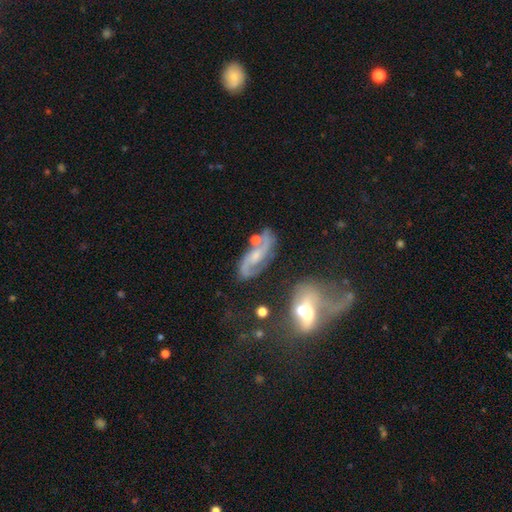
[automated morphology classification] type=featured or disk (85%); edge-on=no (93%); bar=weak (43%, tied with no); spiral arms=yes (95%); winding=medium (43%); arm count=2 (91%); bulge=small (49%); merging=none (66%).